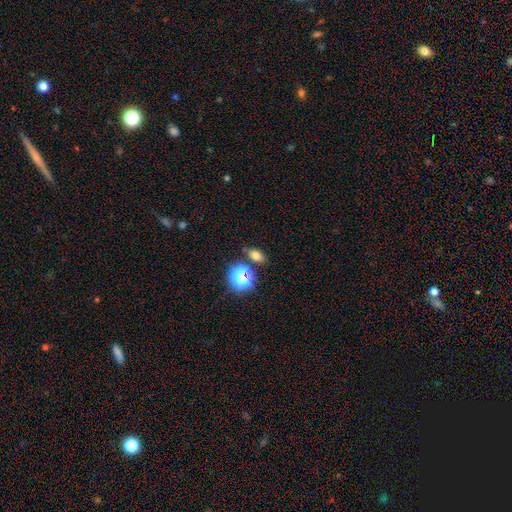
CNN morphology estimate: smooth-or-featured: smooth: 68% | star or artifact: 22% | featured or disk: 10%
  how-rounded: in between: 71% | round: 24% | cigar-shaped: 5%
  merging: none: 75% | minor disturbance: 12% | merger: 9% | major disturbance: 4%